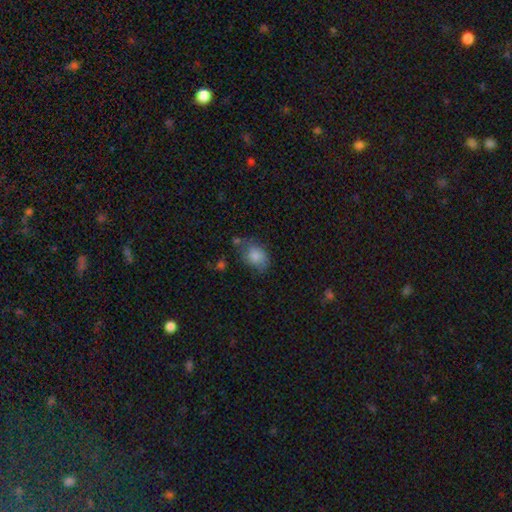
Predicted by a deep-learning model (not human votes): A smooth galaxy with no disk features (80%) that is in between round and cigar-shaped (68%).

Vote fractions:
- Smooth or featured? smooth: 80% / featured or disk: 12% / star or artifact: 8%
- How rounded? in between: 68% / round: 31% / cigar-shaped: 1%
- Merging? none: 52% / minor disturbance: 30% / major disturbance: 11% / merger: 7%